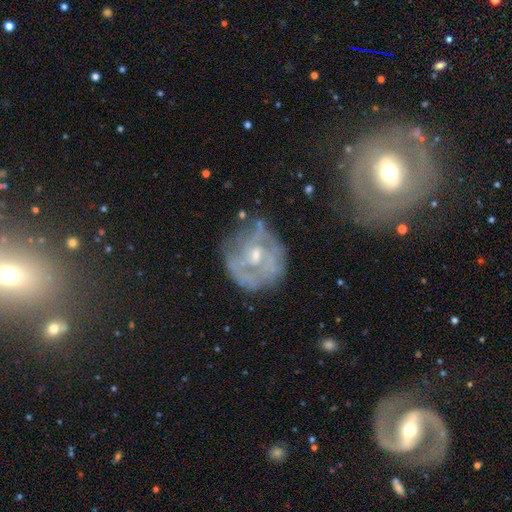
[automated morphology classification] This appears to be a featured or disk galaxy (74%) with no bar (61%), spiral arms (68%) and a small central bulge (53%). Merging: none (58%).